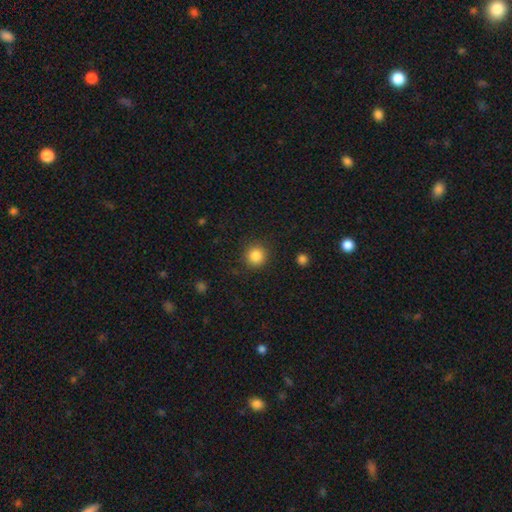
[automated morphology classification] smooth-or-featured: smooth: 85% | star or artifact: 10% | featured or disk: 4%
  how-rounded: round: 93% | in between: 6% | cigar-shaped: 1%
  merging: none: 89% | minor disturbance: 7% | major disturbance: 3% | merger: 1%